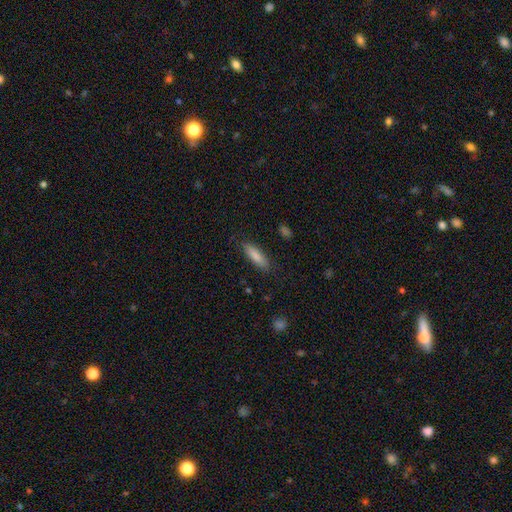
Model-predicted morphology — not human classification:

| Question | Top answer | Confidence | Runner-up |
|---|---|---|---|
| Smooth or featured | smooth | 84% | featured or disk (10%) |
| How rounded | cigar-shaped | 57% | in between (41%) |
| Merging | none | 84% | minor disturbance (12%) |